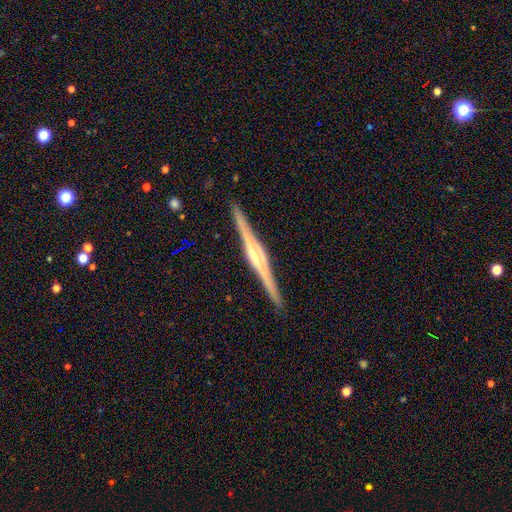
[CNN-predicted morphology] Smooth or featured: featured or disk — 86% (smooth — 9%)
Edge-on disk: yes — 99% (no — 1%)
Edge-on bulge: rounded — 57% (boxy — 32%)
Merging: none — 92% (minor disturbance — 6%)